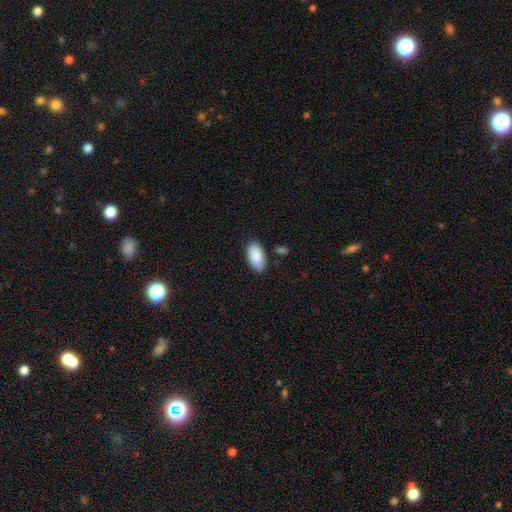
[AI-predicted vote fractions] A smooth galaxy with no disk features (90%) that is in between round and cigar-shaped (94%).

Vote fractions:
- Smooth or featured? smooth: 90% / star or artifact: 6% / featured or disk: 5%
- How rounded? in between: 94% / cigar-shaped: 4% / round: 2%
- Merging? none: 83% / minor disturbance: 12% / merger: 3% / major disturbance: 2%